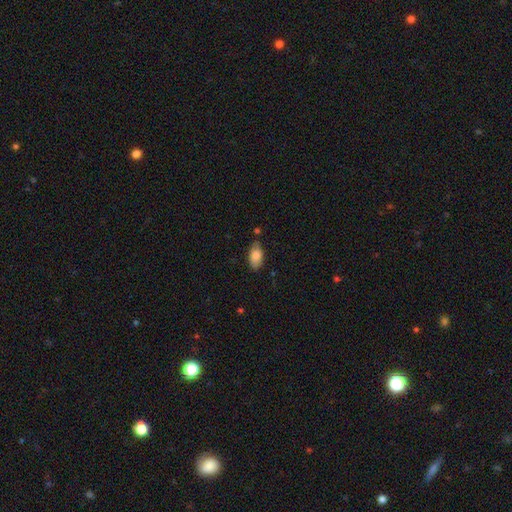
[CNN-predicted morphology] A smooth galaxy with no disk features (82%) that is in between round and cigar-shaped (92%). Merging: none (71%).